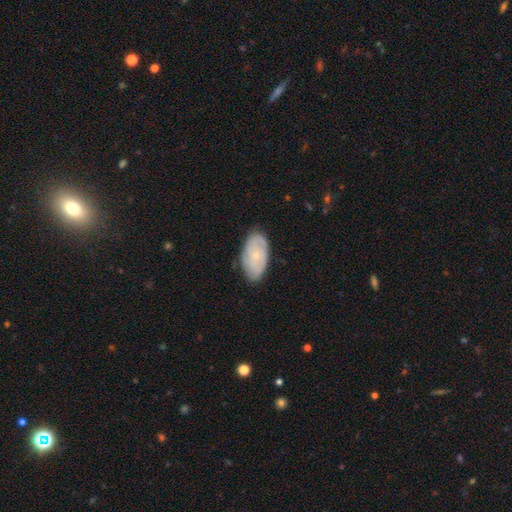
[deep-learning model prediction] smooth 47%, featured or disk 46%, star or artifact 7%. Down the decision tree: merging — none (79%).